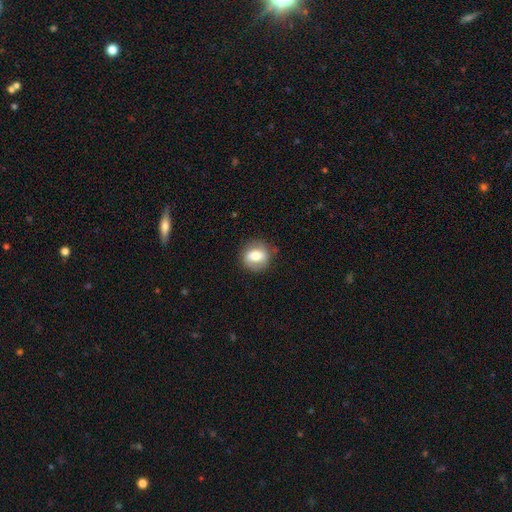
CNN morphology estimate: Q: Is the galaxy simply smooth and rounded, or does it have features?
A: smooth — 60%.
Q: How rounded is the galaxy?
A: round — 74%.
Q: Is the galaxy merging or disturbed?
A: none — 77%.